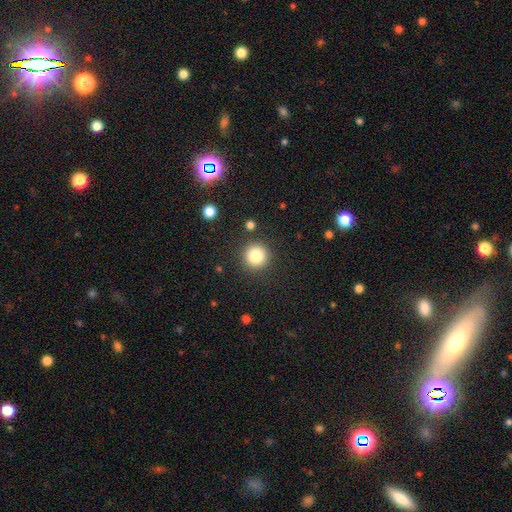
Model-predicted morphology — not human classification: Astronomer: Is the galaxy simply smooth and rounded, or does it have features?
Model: smooth — 83%.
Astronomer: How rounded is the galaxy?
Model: round — 95%.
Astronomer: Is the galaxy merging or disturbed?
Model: none — 88%.